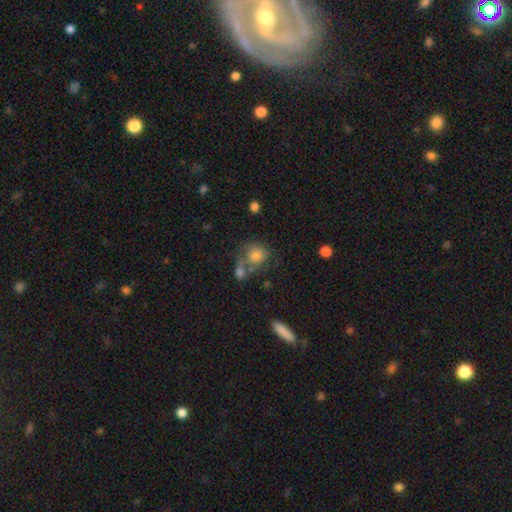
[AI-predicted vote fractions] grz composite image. It shows a smooth galaxy with no disk features (74%) that is round (74%). Merging: none (44%).